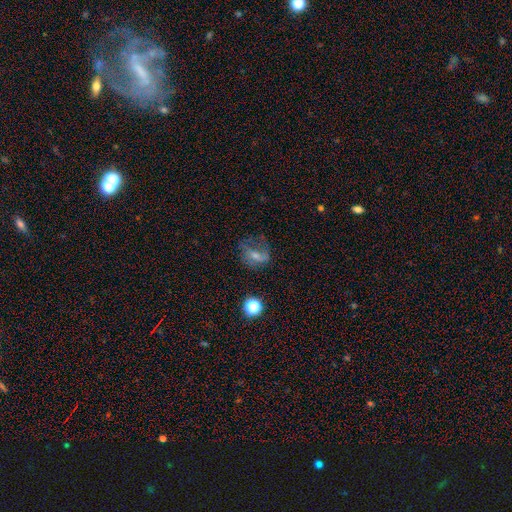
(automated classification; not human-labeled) This appears to be a smooth galaxy with no disk features (43%). Merging: none (38%).